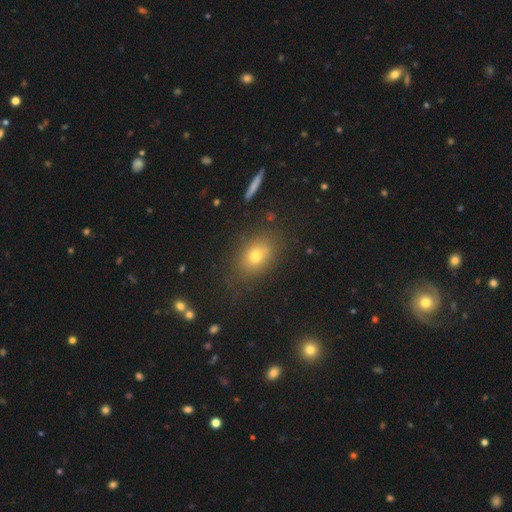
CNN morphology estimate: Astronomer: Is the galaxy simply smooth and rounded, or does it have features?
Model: smooth — 72%.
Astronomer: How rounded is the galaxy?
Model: in between — 66%.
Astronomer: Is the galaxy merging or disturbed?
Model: none — 79%.